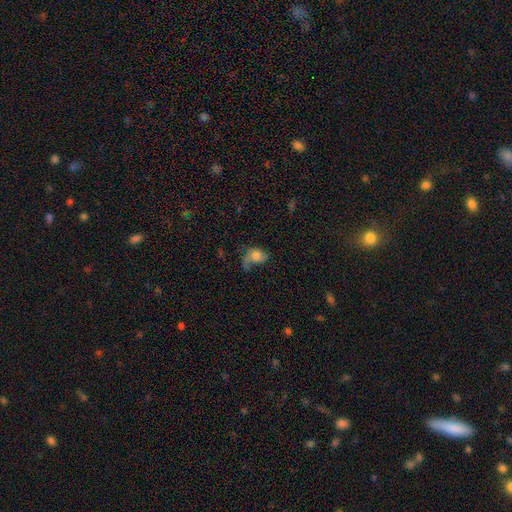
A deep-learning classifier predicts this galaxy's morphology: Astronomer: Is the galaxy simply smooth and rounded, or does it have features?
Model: smooth — 62%.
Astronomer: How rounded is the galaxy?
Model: in between — 70%.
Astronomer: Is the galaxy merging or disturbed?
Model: major disturbance — 42% (runner-up: minor disturbance, 26%).